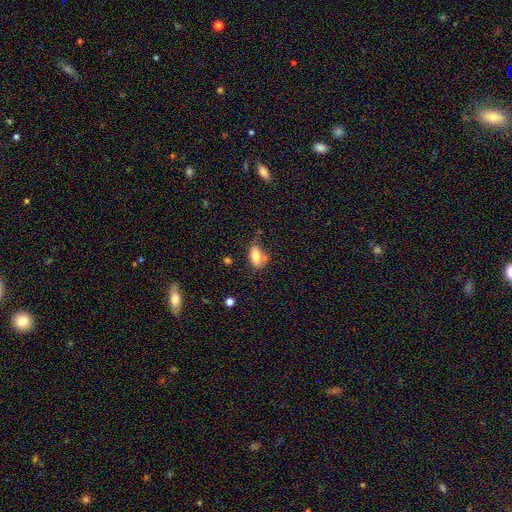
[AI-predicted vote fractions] Smooth or featured?
  - smooth: 75% *
  - featured or disk: 15%
  - star or artifact: 9%
How rounded?
  - in between: 87% *
  - round: 8%
  - cigar-shaped: 5%
Merging?
  - none: 41% *
  - minor disturbance: 29%
  - merger: 16%
  - major disturbance: 13%